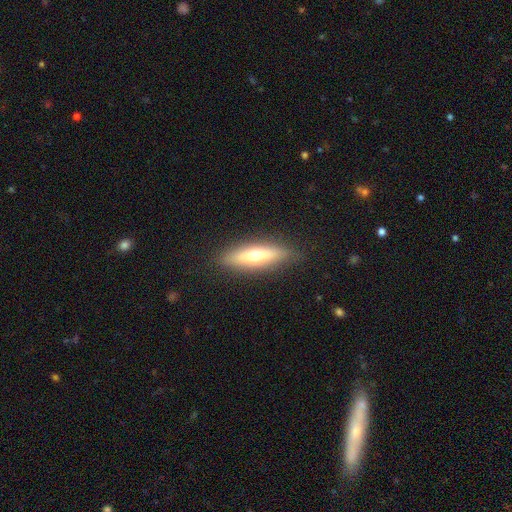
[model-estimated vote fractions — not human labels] The model was most divided on "smooth or featured": smooth: 52%, featured or disk: 42%, star or artifact: 7%. More confident: merging — none (87%); how rounded — cigar-shaped (62%).